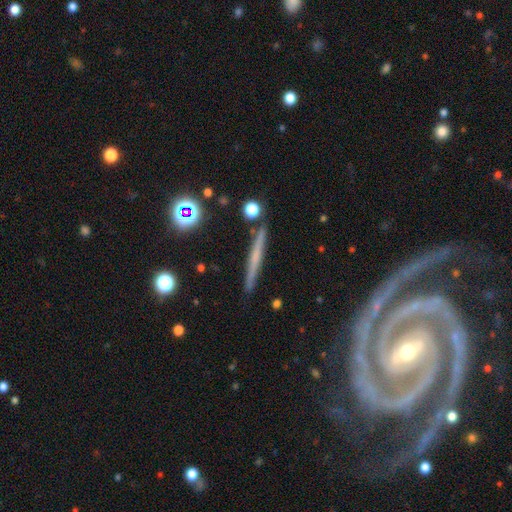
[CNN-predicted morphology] A featured or disk galaxy (53%) viewed edge-on (93%). Merging: none (86%).